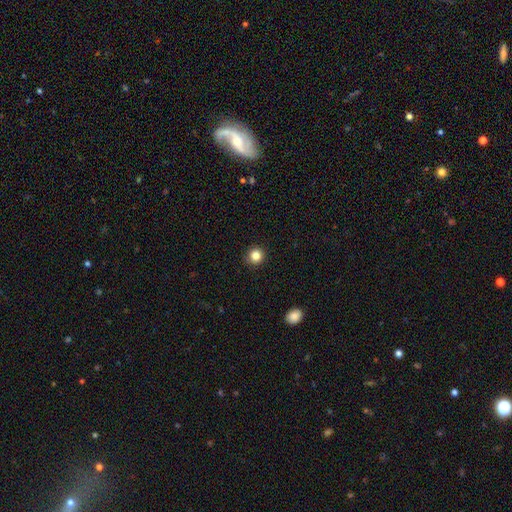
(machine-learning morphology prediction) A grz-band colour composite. It shows a smooth galaxy with no disk features (84%) that is round (93%). Merging: none (91%).